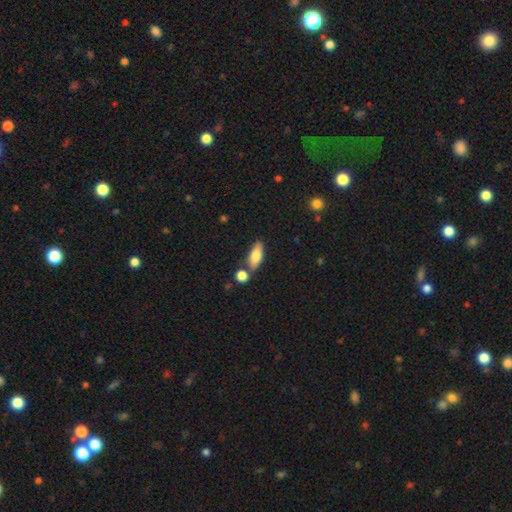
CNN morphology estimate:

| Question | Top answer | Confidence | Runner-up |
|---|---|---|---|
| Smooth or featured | smooth | 73% | featured or disk (20%) |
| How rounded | in between | 64% | cigar-shaped (32%) |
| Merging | none | 70% | merger (14%) |